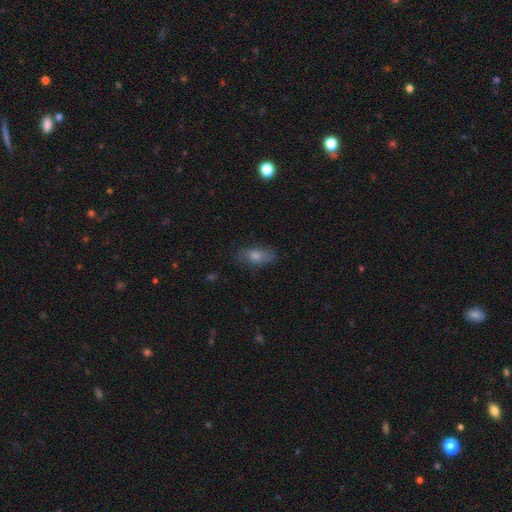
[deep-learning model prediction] A smooth galaxy with no disk features (68%) that is in between round and cigar-shaped (81%). Merging: none (74%).